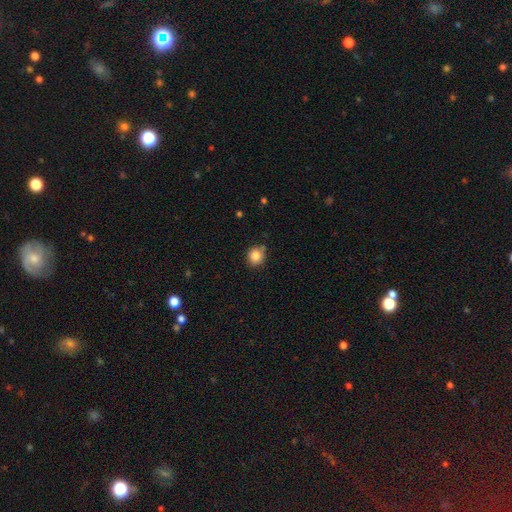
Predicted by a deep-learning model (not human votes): This appears to be a smooth galaxy with no disk features (84%) that is round (83%). Merging: none (79%).